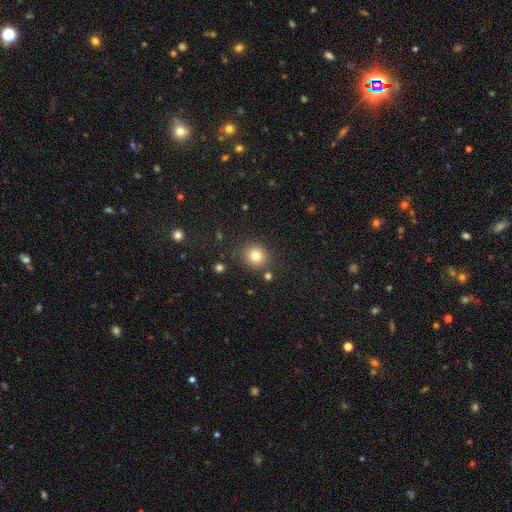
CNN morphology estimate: Smooth or featured? smooth (81%)
How rounded? round (84%)
Merging? none (82%)